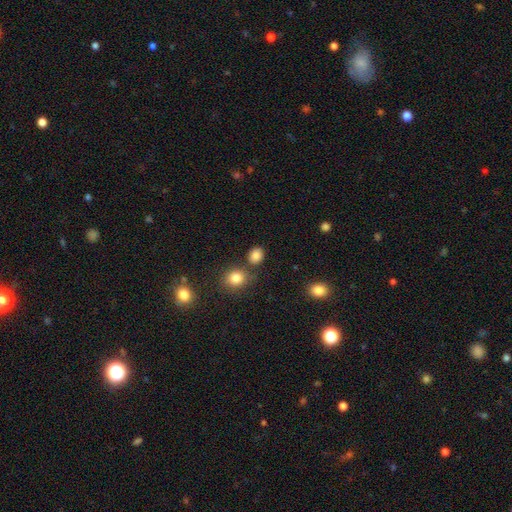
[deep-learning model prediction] Smooth or featured? Predicted: smooth (p=0.85). How rounded? Predicted: round (p=0.57). Merging? Predicted: none (p=0.76).